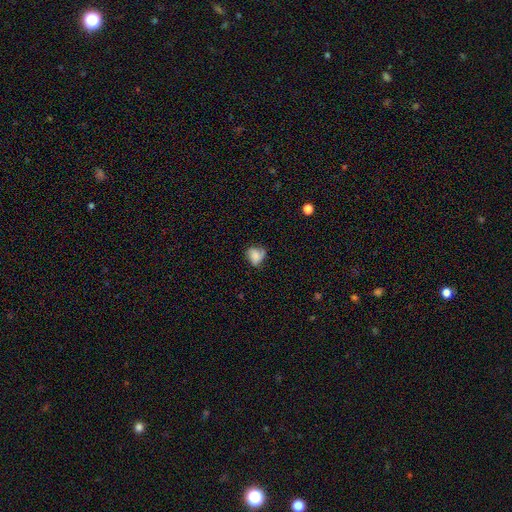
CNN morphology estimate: Smooth or featured?
  - smooth: 53% *
  - featured or disk: 38%
  - star or artifact: 10%
How rounded?
  - round: 50% *
  - in between: 48%
  - cigar-shaped: 1%
Merging?
  - none: 49% *
  - minor disturbance: 31%
  - major disturbance: 17%
  - merger: 3%